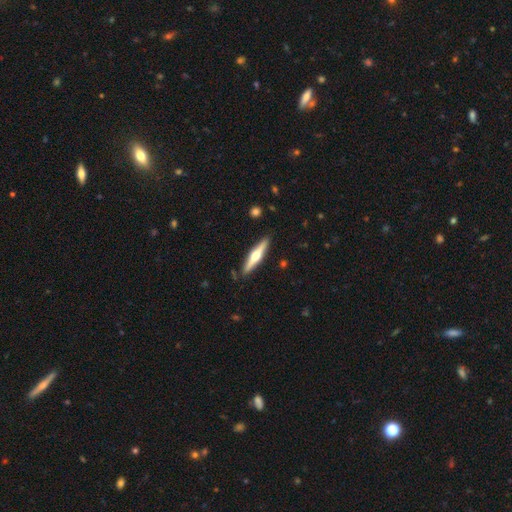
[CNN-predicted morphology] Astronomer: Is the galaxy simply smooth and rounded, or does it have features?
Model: featured or disk — 67%.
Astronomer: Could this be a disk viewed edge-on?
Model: yes — 97%.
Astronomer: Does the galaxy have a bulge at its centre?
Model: rounded — 94%.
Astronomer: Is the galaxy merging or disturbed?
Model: none — 90%.